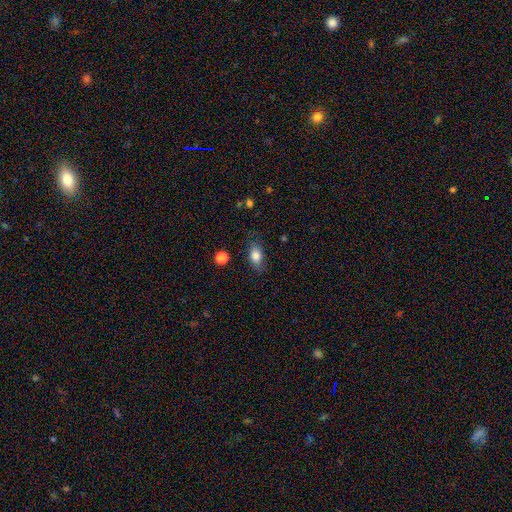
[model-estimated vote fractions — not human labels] smooth-or-featured: smooth: 81% | featured or disk: 11% | star or artifact: 8%
  how-rounded: in between: 85% | round: 11% | cigar-shaped: 5%
  merging: none: 79% | minor disturbance: 15% | major disturbance: 4% | merger: 1%